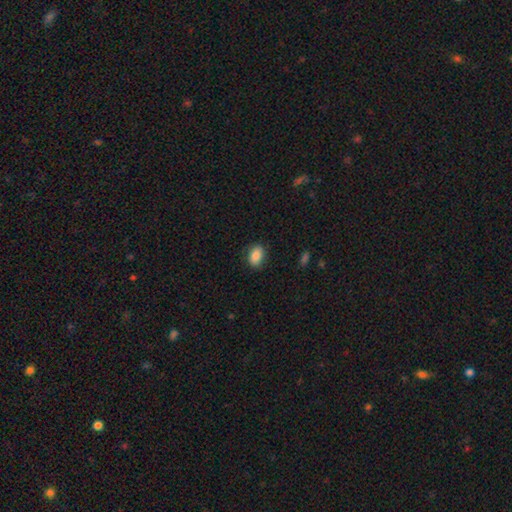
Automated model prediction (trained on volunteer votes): Smooth or featured: smooth — 86% (star or artifact — 7%)
How rounded: in between — 85% (round — 13%)
Merging: none — 84% (minor disturbance — 12%)